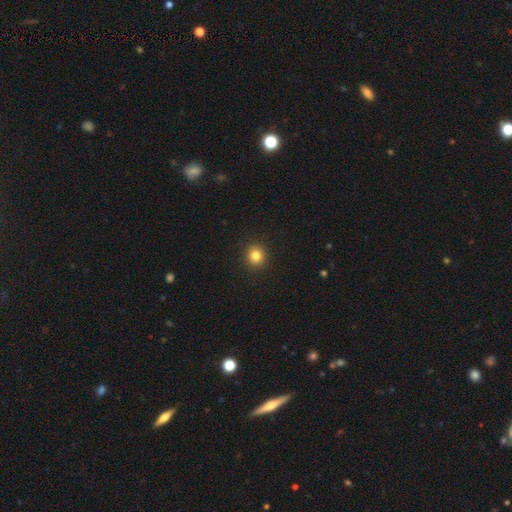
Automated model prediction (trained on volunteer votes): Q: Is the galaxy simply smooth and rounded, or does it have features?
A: smooth — 83%.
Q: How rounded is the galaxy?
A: round — 89%.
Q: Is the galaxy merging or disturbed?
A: none — 92%.